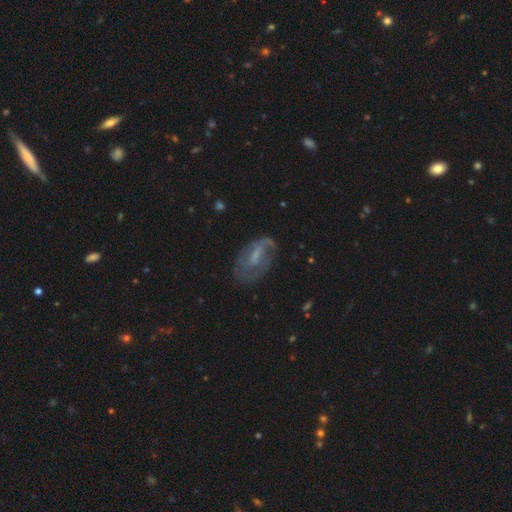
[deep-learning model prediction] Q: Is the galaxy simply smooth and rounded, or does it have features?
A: featured or disk — 61%.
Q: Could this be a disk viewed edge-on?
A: no — 93%.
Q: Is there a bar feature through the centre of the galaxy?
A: weak — 49%.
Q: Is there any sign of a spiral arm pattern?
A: yes — 70%.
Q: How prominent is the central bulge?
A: small — 37%.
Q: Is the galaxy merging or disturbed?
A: none — 58%.